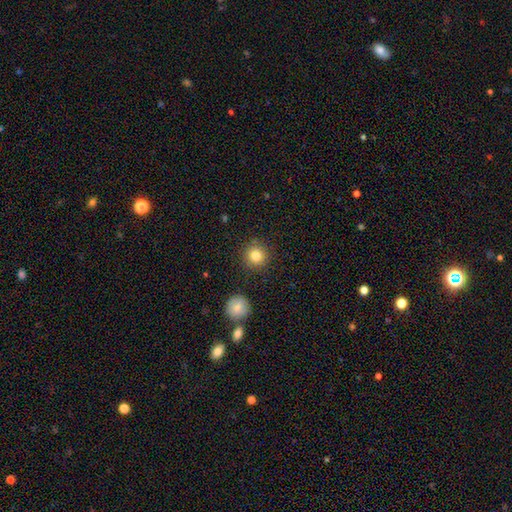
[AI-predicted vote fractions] Smooth or featured?
  - smooth: 82% *
  - star or artifact: 11%
  - featured or disk: 7%
How rounded?
  - round: 94% *
  - in between: 5%
  - cigar-shaped: 1%
Merging?
  - none: 88% *
  - minor disturbance: 7%
  - merger: 3%
  - major disturbance: 3%